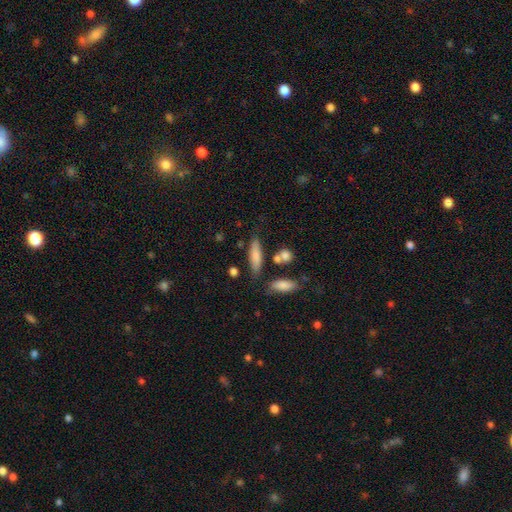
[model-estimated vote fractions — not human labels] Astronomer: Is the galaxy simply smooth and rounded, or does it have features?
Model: smooth — 76%.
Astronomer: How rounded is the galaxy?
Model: cigar-shaped — 63%.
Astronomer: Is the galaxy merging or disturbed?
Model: none — 72%.